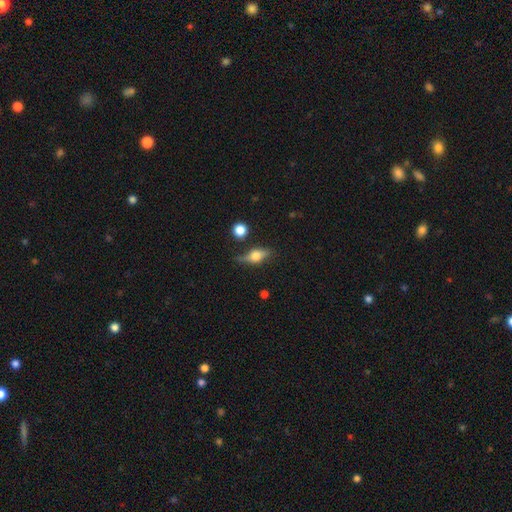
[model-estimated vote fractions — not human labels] Overall: featured or disk (53%; smooth 38%). Edge-on disk: yes (89%). Merging: none (71%).